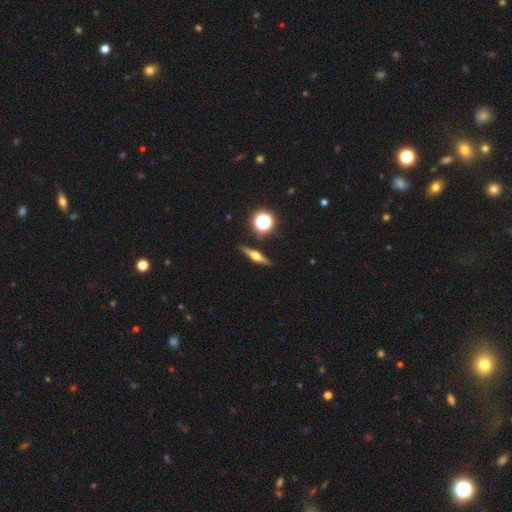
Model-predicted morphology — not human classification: Smooth or featured? Predicted: featured or disk (p=0.67). Edge-on disk? Predicted: yes (p=0.96). Edge-on bulge? Predicted: rounded (p=0.94). Merging? Predicted: none (p=0.88).